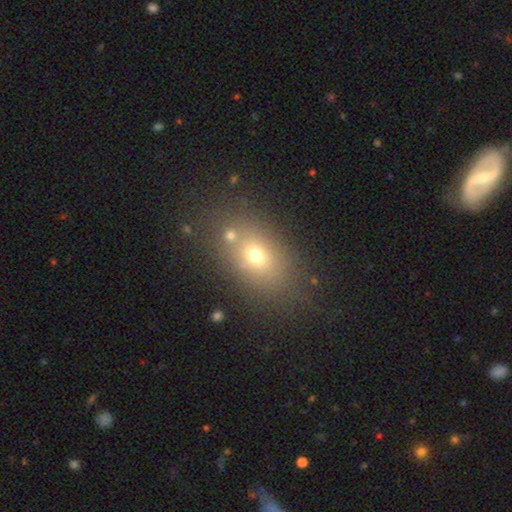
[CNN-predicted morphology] smooth-or-featured: smooth: 65% | star or artifact: 18% | featured or disk: 17%
  how-rounded: in between: 72% | round: 25% | cigar-shaped: 3%
  merging: none: 69% | merger: 14% | minor disturbance: 12% | major disturbance: 5%